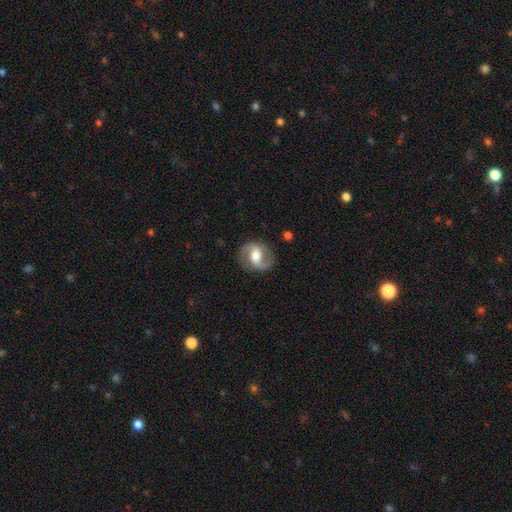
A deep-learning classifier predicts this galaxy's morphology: Smooth or featured? featured or disk (79%)
Edge-on disk? no (97%)
Bar? weak (44%)
Spiral arms? yes (91%)
Spiral winding? medium (52%)
Spiral arm count? 2 (92%)
Bulge size? moderate (63%)
Merging? none (84%)